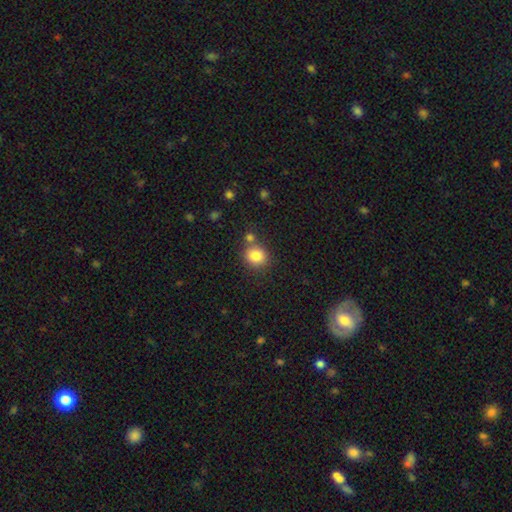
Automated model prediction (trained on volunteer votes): This appears to be a smooth galaxy with no disk features (84%) that is round (79%). Merging: none (69%).